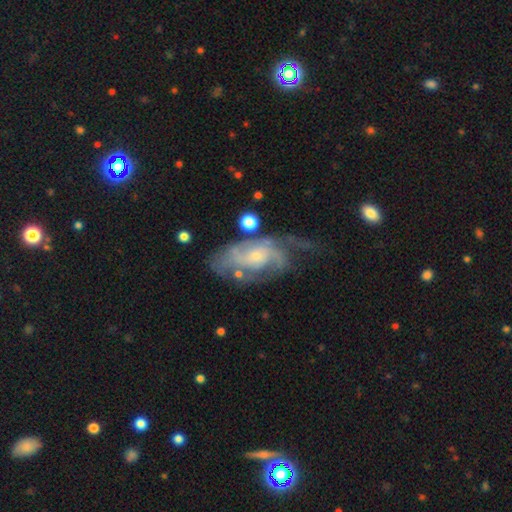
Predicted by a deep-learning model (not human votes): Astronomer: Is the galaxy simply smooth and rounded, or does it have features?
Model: featured or disk — 82%.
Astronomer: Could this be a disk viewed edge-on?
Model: no — 95%.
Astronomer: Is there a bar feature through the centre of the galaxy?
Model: no — 68%.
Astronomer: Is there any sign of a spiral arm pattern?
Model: yes — 92%.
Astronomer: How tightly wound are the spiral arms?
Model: medium — 42% (runner-up: tight, 41%).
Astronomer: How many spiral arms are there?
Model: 2 — 36% (runner-up: can't tell, 31%).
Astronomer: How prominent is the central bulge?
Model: small — 70%.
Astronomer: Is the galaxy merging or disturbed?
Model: none — 45% (runner-up: major disturbance, 25%).